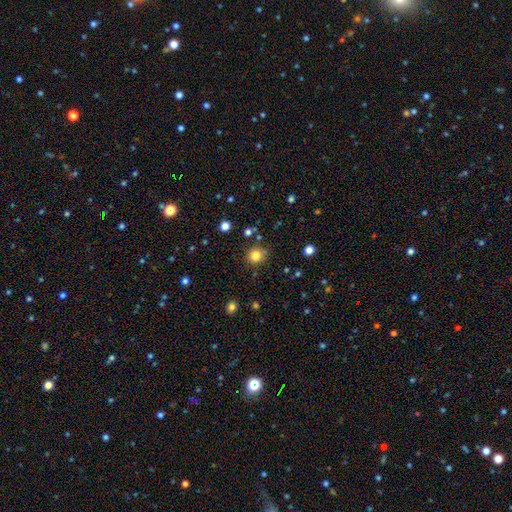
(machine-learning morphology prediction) A smooth galaxy with no disk features (81%) that is round (91%).

Vote fractions:
- Smooth or featured? smooth: 81% / star or artifact: 13% / featured or disk: 5%
- How rounded? round: 91% / in between: 8% / cigar-shaped: 1%
- Merging? none: 84% / minor disturbance: 9% / merger: 4% / major disturbance: 3%